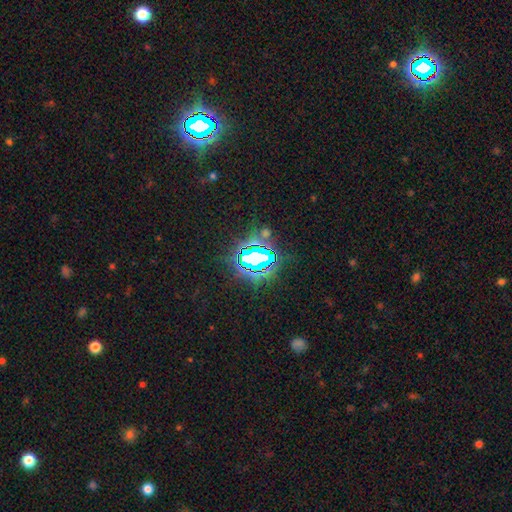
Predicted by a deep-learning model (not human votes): Smooth or featured? Predicted: star or artifact (p=0.76).